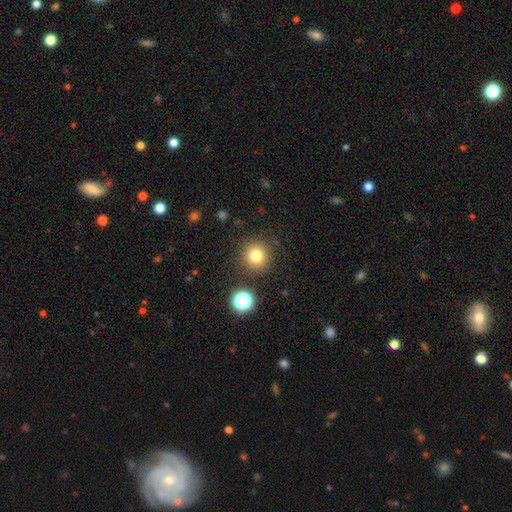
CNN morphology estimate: Smooth or featured?
  - smooth: 77% *
  - star or artifact: 15%
  - featured or disk: 8%
How rounded?
  - round: 95% *
  - in between: 4%
  - cigar-shaped: 1%
Merging?
  - none: 88% *
  - minor disturbance: 7%
  - merger: 3%
  - major disturbance: 3%